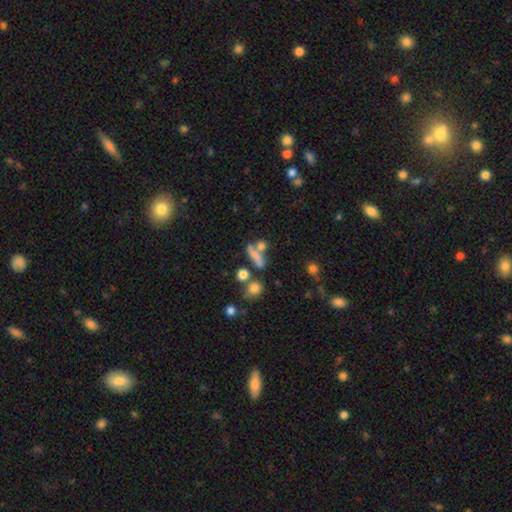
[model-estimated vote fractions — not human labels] Smooth or featured?
  - smooth: 64% *
  - featured or disk: 21%
  - star or artifact: 15%
How rounded?
  - cigar-shaped: 53% *
  - in between: 31%
  - round: 16%
Merging?
  - none: 43% *
  - merger: 33%
  - minor disturbance: 14%
  - major disturbance: 10%